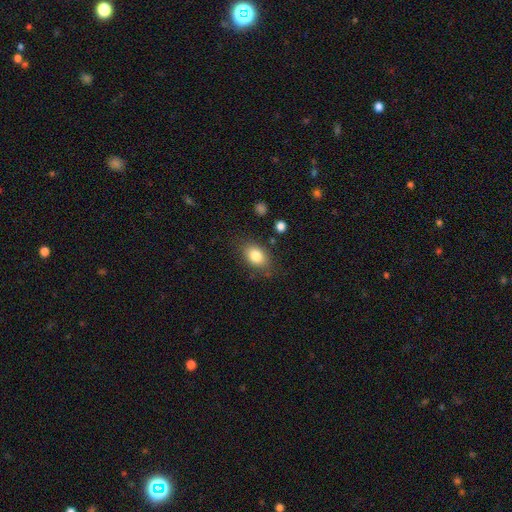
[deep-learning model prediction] Overall: smooth (83%). How rounded: in between (80%). Merging: none (79%).